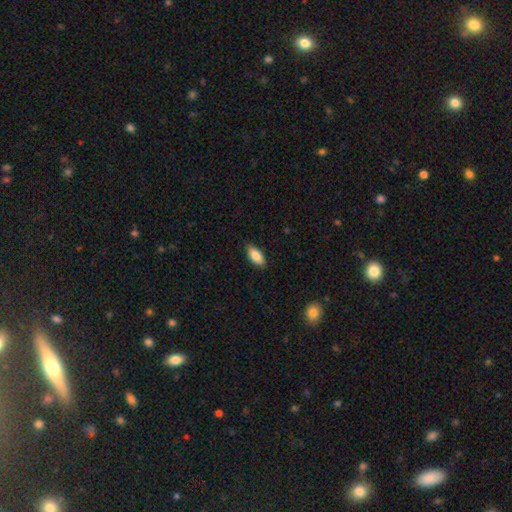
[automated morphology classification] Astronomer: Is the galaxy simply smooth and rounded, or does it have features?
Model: smooth — 84%.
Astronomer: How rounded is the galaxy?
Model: in between — 87%.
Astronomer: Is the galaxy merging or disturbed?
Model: none — 87%.